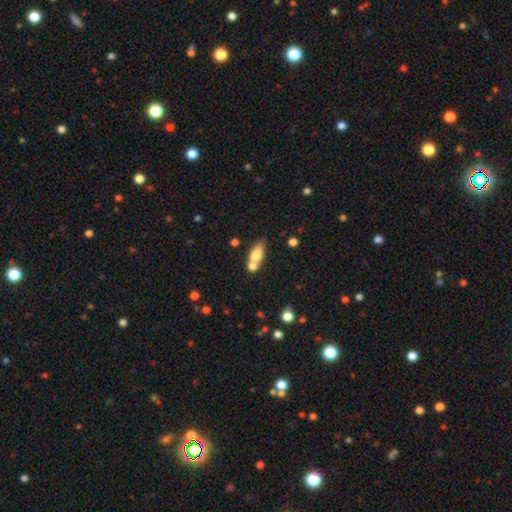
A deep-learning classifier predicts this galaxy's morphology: Smooth or featured? Predicted: smooth (p=0.67). How rounded? Predicted: in between (p=0.67). Merging? Predicted: none (p=0.42).